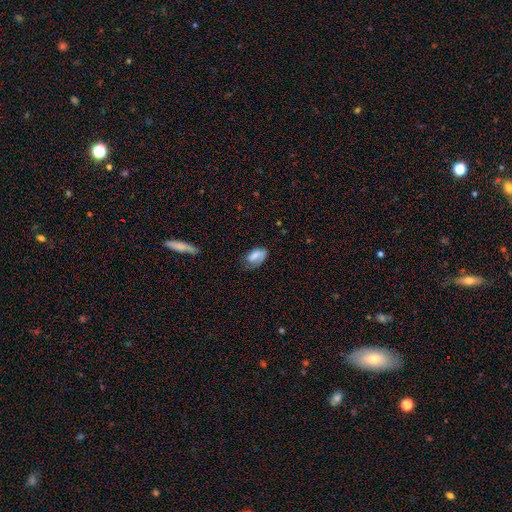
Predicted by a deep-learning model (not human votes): Smooth or featured? Predicted: smooth (p=0.66). How rounded? Predicted: in between (p=0.91). Merging? Predicted: none (p=0.47).